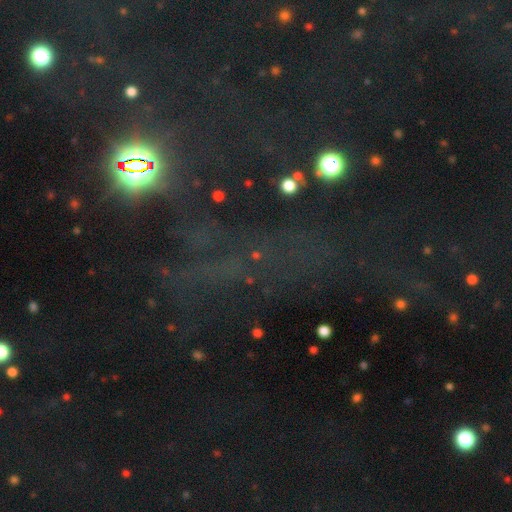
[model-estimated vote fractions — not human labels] Smooth or featured? Predicted: star or artifact (p=0.67).